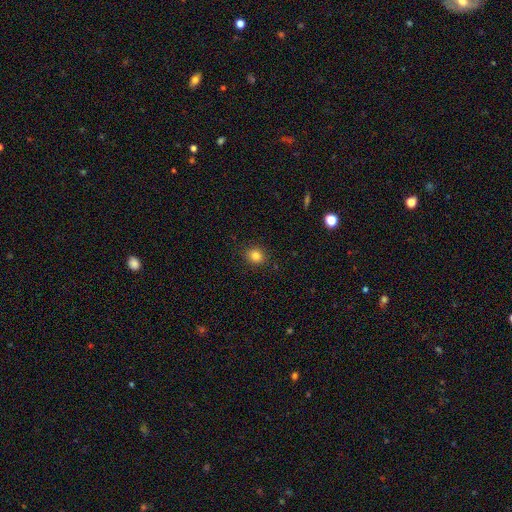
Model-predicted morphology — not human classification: Smooth or featured?
  - smooth: 83% *
  - star or artifact: 12%
  - featured or disk: 5%
How rounded?
  - round: 74% *
  - in between: 25%
  - cigar-shaped: 1%
Merging?
  - none: 89% *
  - minor disturbance: 7%
  - major disturbance: 2%
  - merger: 1%